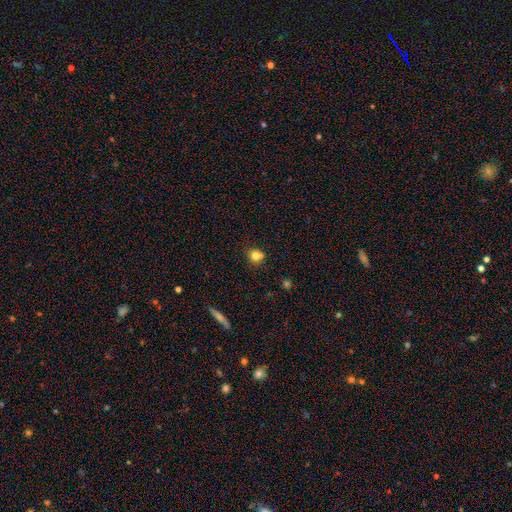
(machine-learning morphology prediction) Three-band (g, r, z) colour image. It shows a smooth galaxy with no disk features (79%) that is round (83%). Merging: none (68%).